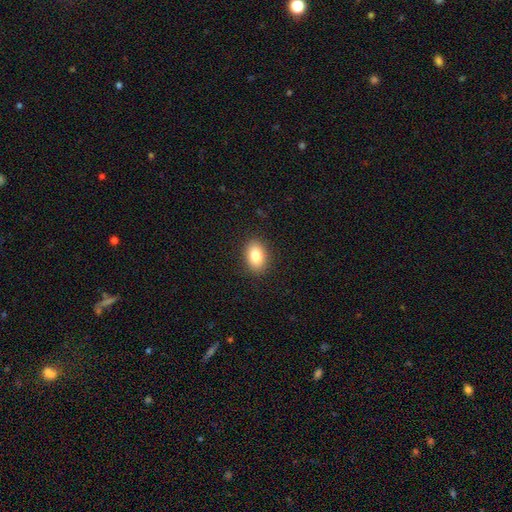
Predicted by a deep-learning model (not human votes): smooth_or_featured: smooth (p=0.85) [alt: star or artifact p=0.08]
how_rounded: in between (p=0.86) [alt: round p=0.13]
merging: none (p=0.89) [alt: minor disturbance p=0.08]